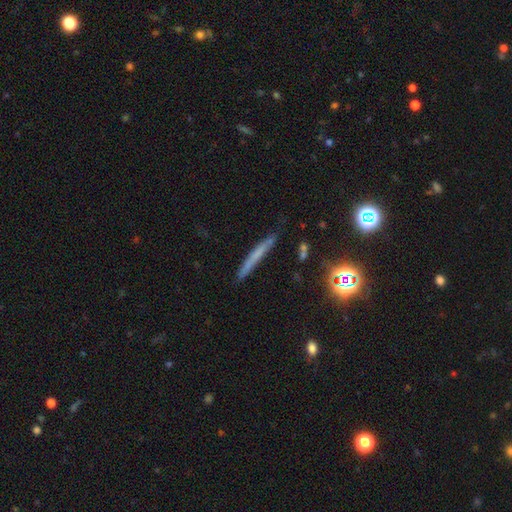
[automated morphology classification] Smooth or featured: smooth — 51% (featured or disk — 36%)
How rounded: cigar-shaped — 94% (in between — 3%)
Merging: none — 84% (minor disturbance — 12%)